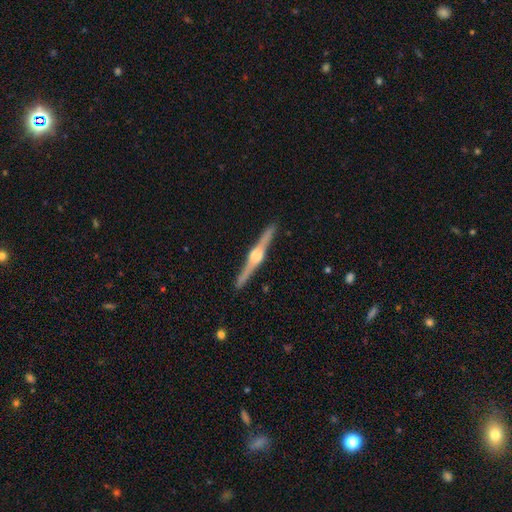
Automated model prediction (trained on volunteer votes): smooth-or-featured: featured or disk: 85% | smooth: 10% | star or artifact: 5%
  disk-edge-on: yes: 98% | no: 2%
    edge-on-bulge: rounded: 87% | boxy: 9% | none: 3%
  merging: none: 92% | minor disturbance: 6% | major disturbance: 1% | merger: 1%